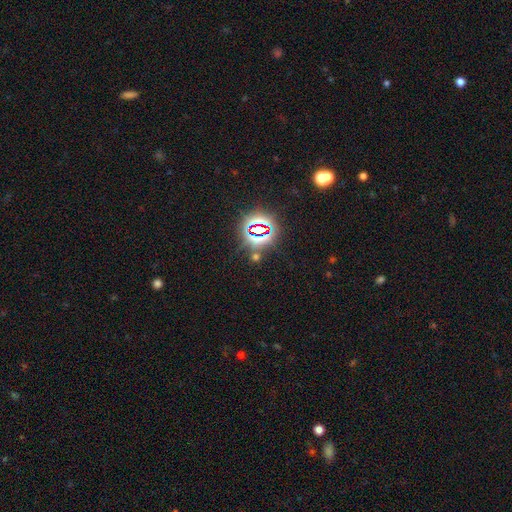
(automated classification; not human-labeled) star or artifact 76%, smooth 15%, featured or disk 8%.